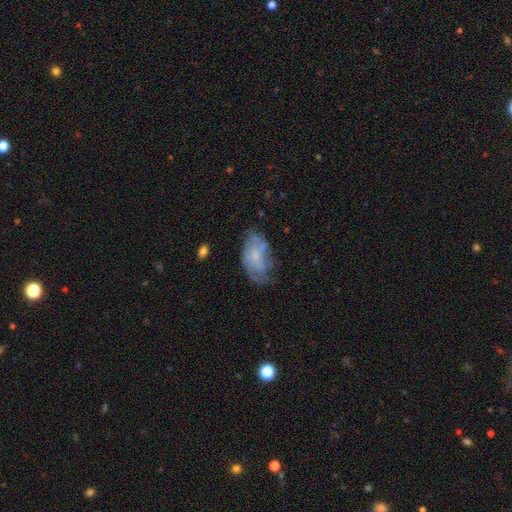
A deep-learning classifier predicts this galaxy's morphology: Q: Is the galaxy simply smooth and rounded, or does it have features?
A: featured or disk — 48%.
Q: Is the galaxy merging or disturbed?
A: none — 51%.